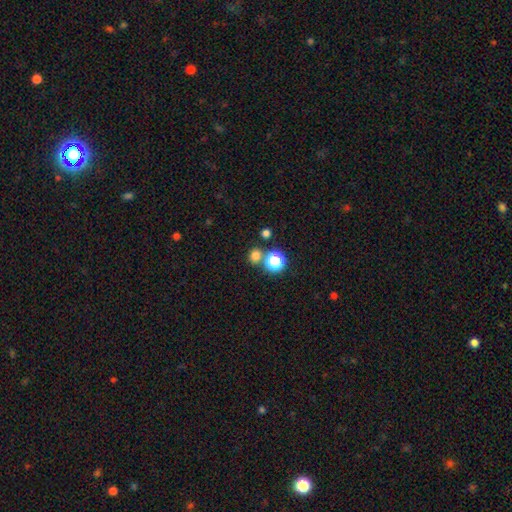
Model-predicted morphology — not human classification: This appears to be a smooth galaxy with no disk features (74%) that is round (85%). Merging: none (73%).